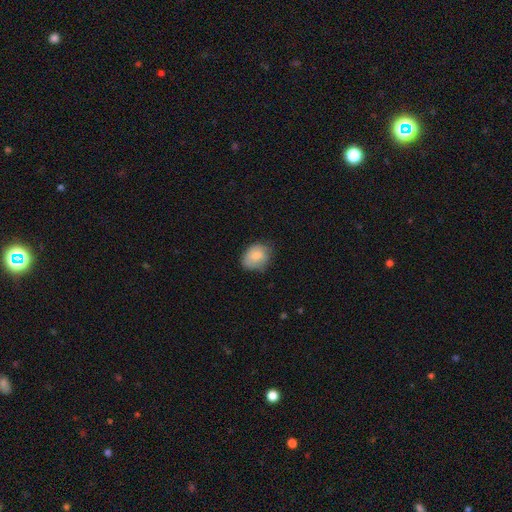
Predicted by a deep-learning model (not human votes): A smooth galaxy with no disk features (82%) that is in between round and cigar-shaped (65%).

Vote fractions:
- Smooth or featured? smooth: 82% / featured or disk: 11% / star or artifact: 7%
- How rounded? in between: 65% / round: 34% / cigar-shaped: 1%
- Merging? none: 63% / minor disturbance: 29% / major disturbance: 7% / merger: 1%